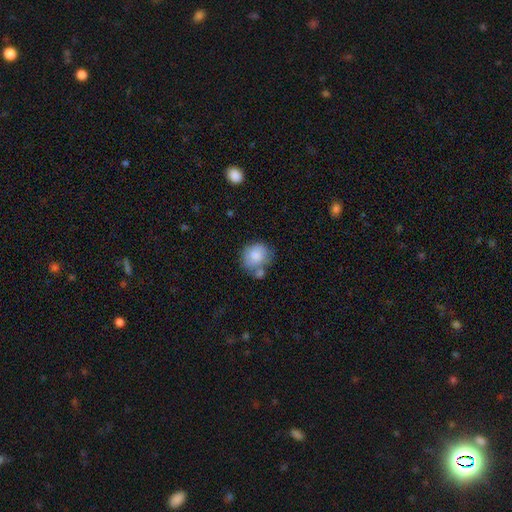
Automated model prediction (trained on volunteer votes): The model was most divided on "merging": none: 43%, merger: 27%, minor disturbance: 22%, major disturbance: 9%. More confident: smooth or featured — smooth (73%); how rounded — round (69%).